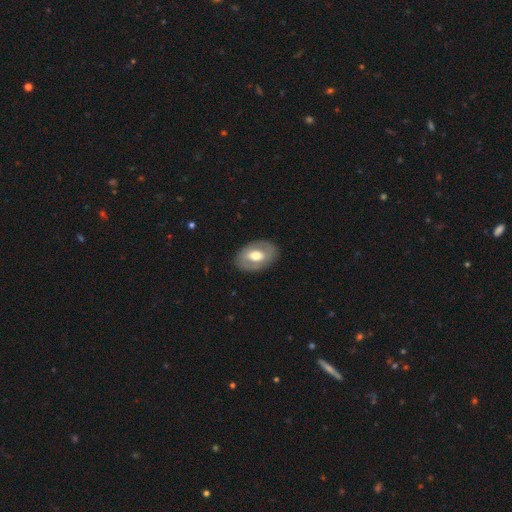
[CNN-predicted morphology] A featured or disk galaxy (51%).

Vote fractions:
- Smooth or featured? featured or disk: 51% / smooth: 44% / star or artifact: 6%
- Edge-on disk? no: 92% / yes: 8%
- Merging? none: 85% / minor disturbance: 10% / major disturbance: 4% / merger: 1%